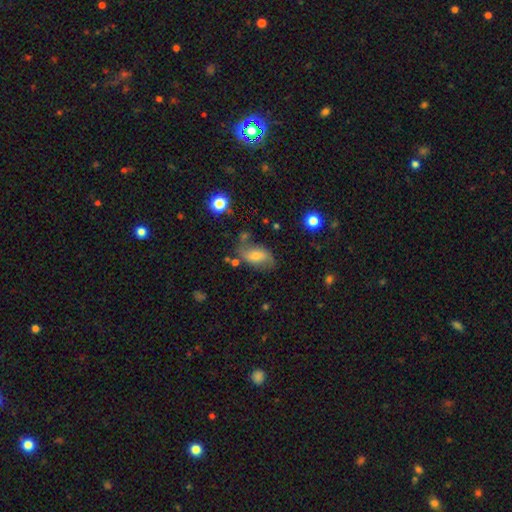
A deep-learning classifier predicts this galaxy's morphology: Smooth or featured?
  - featured or disk: 52% *
  - smooth: 37%
  - star or artifact: 11%
Edge-on disk?
  - no: 93% *
  - yes: 7%
Merging?
  - none: 57% *
  - minor disturbance: 23%
  - major disturbance: 12%
  - merger: 7%